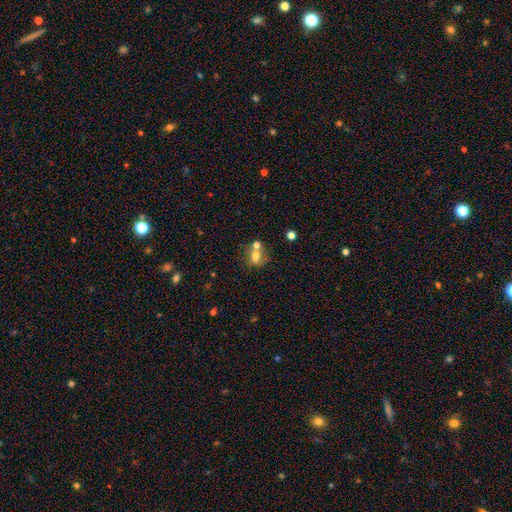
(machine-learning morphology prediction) Smooth or featured: smooth — 66% (featured or disk — 22%)
How rounded: round — 61% (in between — 38%)
Merging: merger — 41% (tied with none — 41%)